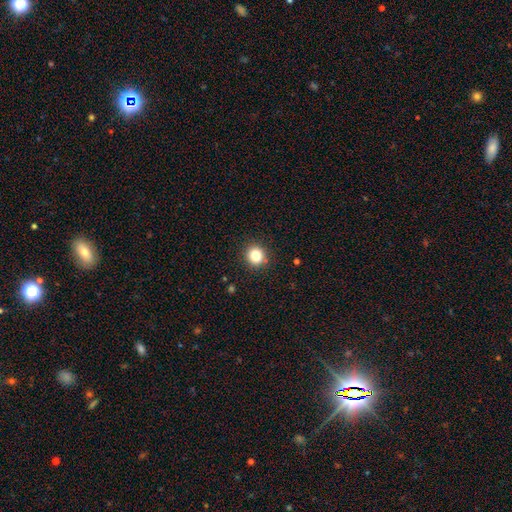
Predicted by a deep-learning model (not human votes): A smooth galaxy with no disk features (83%) that is round (90%).

Vote fractions:
- Smooth or featured? smooth: 83% / star or artifact: 12% / featured or disk: 6%
- How rounded? round: 90% / in between: 9% / cigar-shaped: 1%
- Merging? none: 90% / minor disturbance: 6% / major disturbance: 2% / merger: 1%